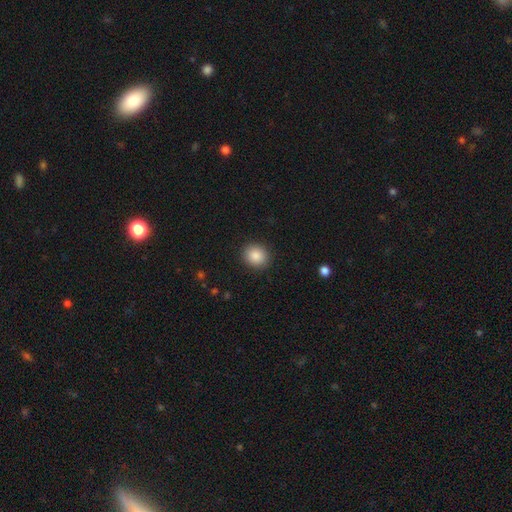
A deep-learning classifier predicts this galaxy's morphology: Smooth or featured? Predicted: smooth (p=0.87). How rounded? Predicted: round (p=0.78). Merging? Predicted: none (p=0.91).